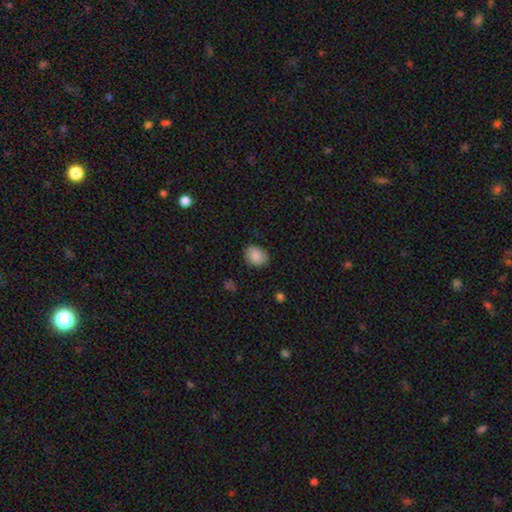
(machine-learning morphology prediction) Smooth or featured?
  - smooth: 83% *
  - featured or disk: 9%
  - star or artifact: 8%
How rounded?
  - round: 55% *
  - in between: 44%
  - cigar-shaped: 1%
Merging?
  - none: 78% *
  - minor disturbance: 17%
  - major disturbance: 4%
  - merger: 1%